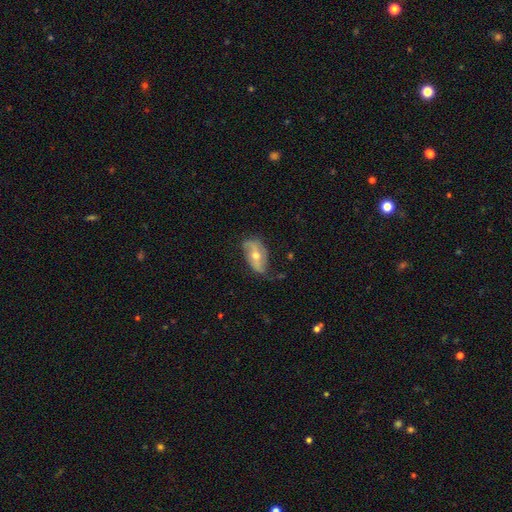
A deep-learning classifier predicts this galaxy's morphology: Smooth or featured: featured or disk — 65% (smooth — 28%)
Edge-on disk: no — 91% (yes — 9%)
Bar: no — 48% (weak — 32%)
Spiral arms: yes — 78% (no — 22%)
Bulge size: moderate — 68% (small — 27%)
Merging: none — 63% (minor disturbance — 27%)